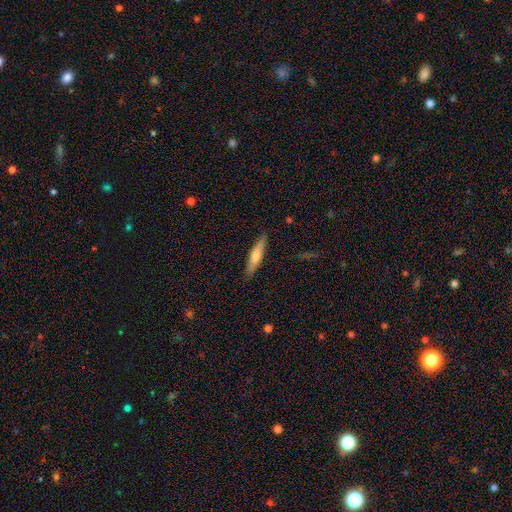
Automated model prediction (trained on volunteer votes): Smooth or featured? Predicted: smooth (p=0.58). How rounded? Predicted: cigar-shaped (p=0.85). Merging? Predicted: none (p=0.89).